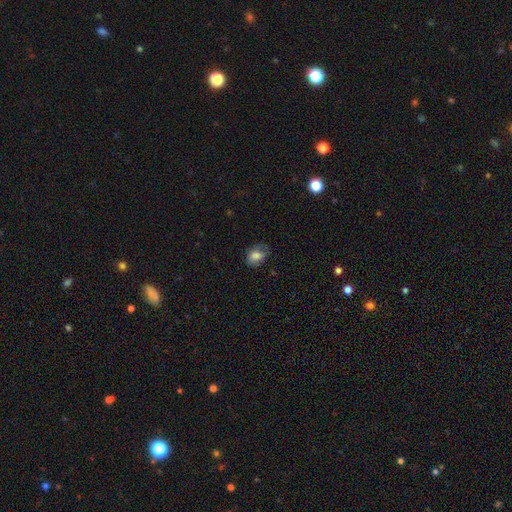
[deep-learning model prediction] smooth-or-featured: smooth: 78% | featured or disk: 13% | star or artifact: 9%
  how-rounded: in between: 75% | round: 24% | cigar-shaped: 1%
  merging: none: 60% | minor disturbance: 28% | major disturbance: 11% | merger: 1%